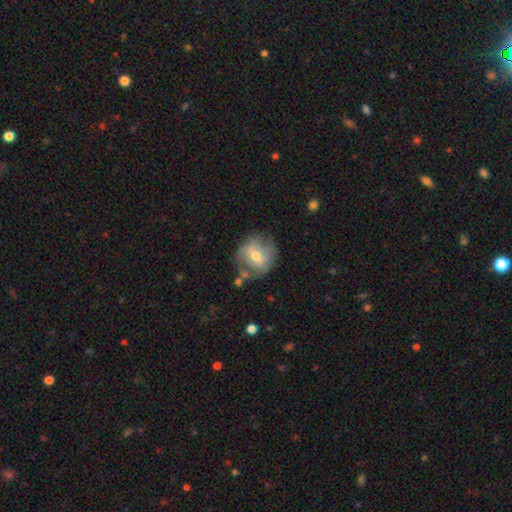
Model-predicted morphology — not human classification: Smooth or featured? featured or disk (50%)
Edge-on disk? no (96%)
Merging? none (59%)